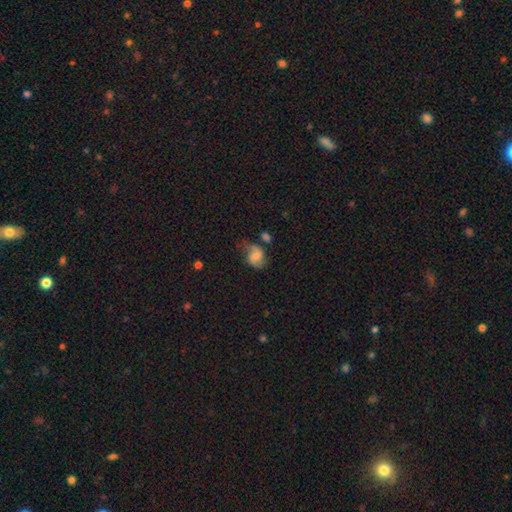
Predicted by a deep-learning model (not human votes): Q: Smooth or featured?
A: smooth (53%); runner-up: featured or disk (38%)
Q: How rounded?
A: in between (61%); runner-up: round (38%)
Q: Merging?
A: none (43%); runner-up: minor disturbance (32%)